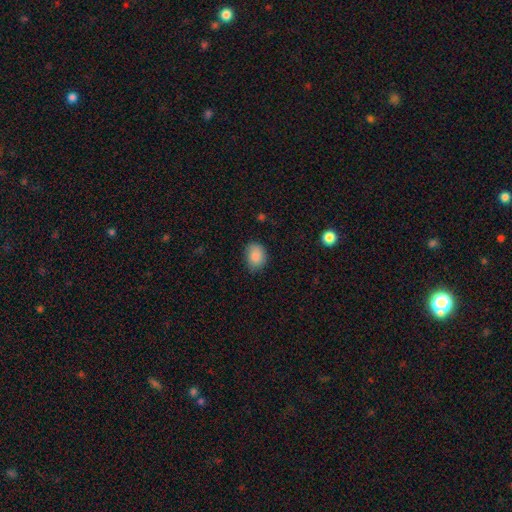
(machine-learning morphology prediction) The model was most divided on "how rounded": in between: 57%, round: 42%, cigar-shaped: 1%. More confident: smooth or featured — smooth (87%); merging — none (77%).